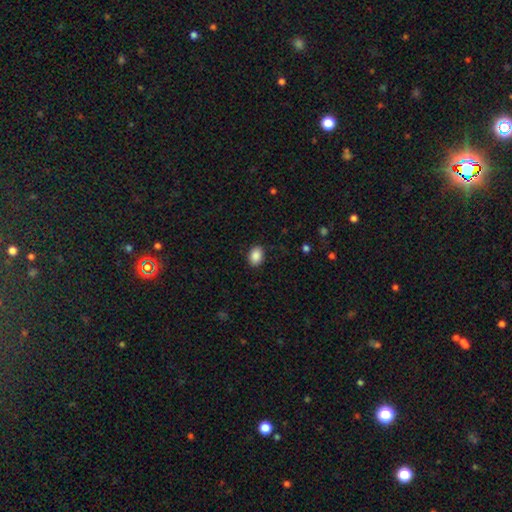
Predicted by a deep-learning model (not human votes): This appears to be a smooth galaxy with no disk features (89%) that is in between round and cigar-shaped (76%). Merging: none (88%).